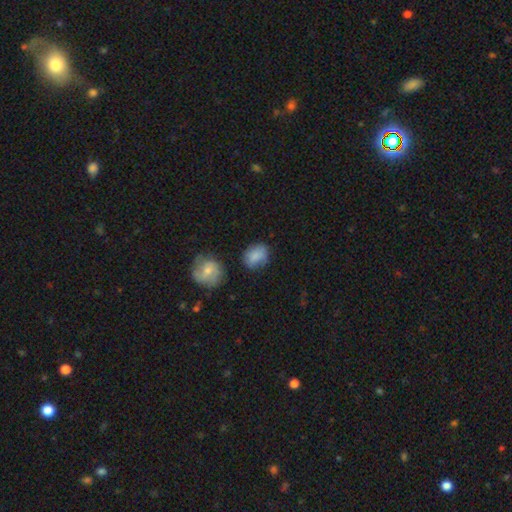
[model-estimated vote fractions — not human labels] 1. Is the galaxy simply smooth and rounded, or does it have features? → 82% smooth, 10% featured or disk, 8% star or artifact.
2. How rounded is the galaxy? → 59% in between, 39% round, 1% cigar-shaped.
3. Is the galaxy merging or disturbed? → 66% none, 23% minor disturbance, 6% major disturbance, 5% merger.